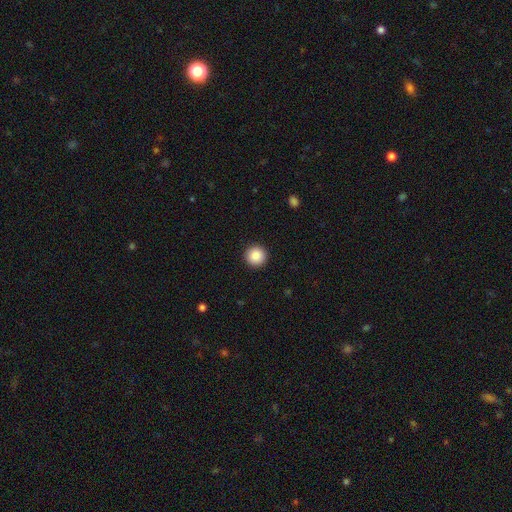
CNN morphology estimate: smooth 87%, star or artifact 9%, featured or disk 4%. Down the decision tree: how rounded — round (96%); merging — none (93%).